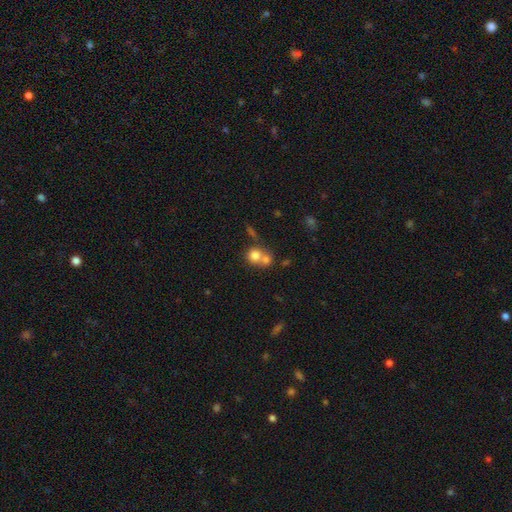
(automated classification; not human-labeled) Morphology: type=smooth (76%); roundness=round (81%); merging=merger (56%).